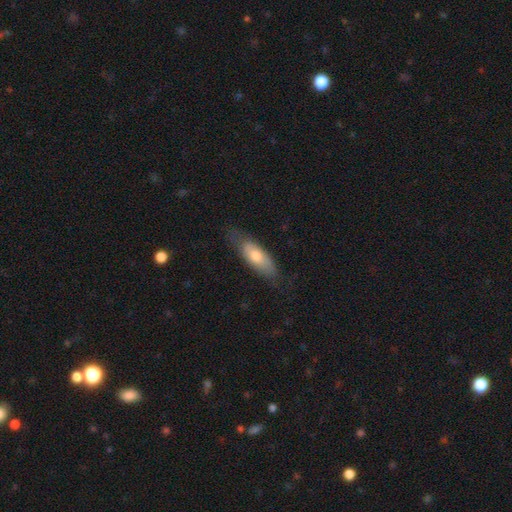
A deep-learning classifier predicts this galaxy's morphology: smooth-or-featured: smooth: 65% | featured or disk: 29% | star or artifact: 6%
  how-rounded: in between: 70% | cigar-shaped: 28% | round: 2%
  merging: none: 67% | minor disturbance: 25% | major disturbance: 7% | merger: 1%